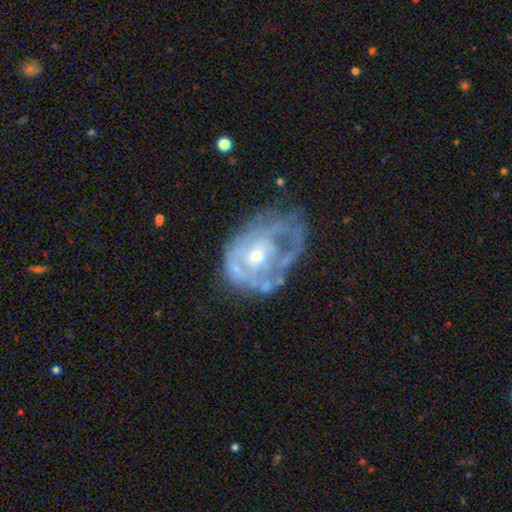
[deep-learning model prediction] A featured or disk galaxy (76%) with no bar (77%), spiral arms (58%) and a small central bulge (54%). Merging: none (41%).